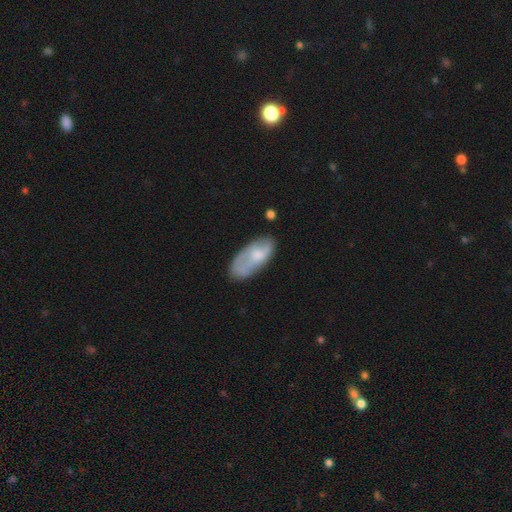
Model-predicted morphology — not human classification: Smooth or featured? Predicted: smooth (p=0.53). How rounded? Predicted: in between (p=0.89). Merging? Predicted: none (p=0.59).